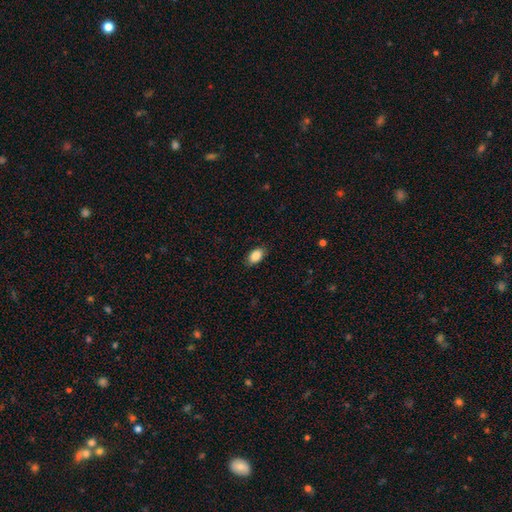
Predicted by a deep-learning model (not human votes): Morphology: type=smooth (88%); roundness=in between (91%); merging=none (86%).